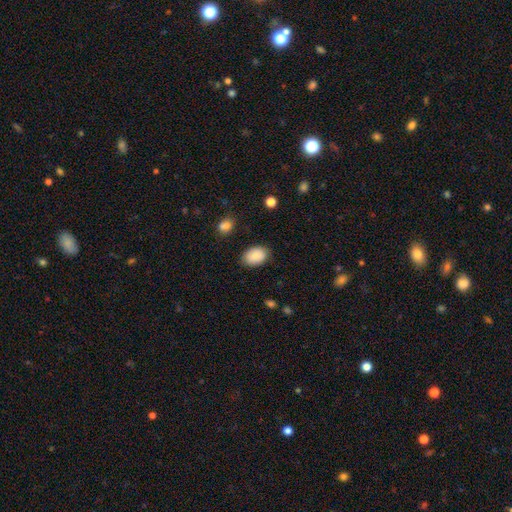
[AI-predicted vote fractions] Smooth or featured: smooth — 87% (star or artifact — 7%)
How rounded: in between — 83% (round — 16%)
Merging: none — 83% (minor disturbance — 13%)